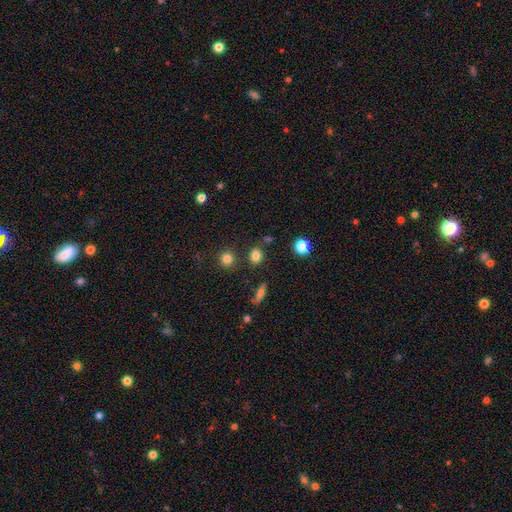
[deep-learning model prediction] Smooth or featured?
  - smooth: 81% *
  - star or artifact: 13%
  - featured or disk: 6%
How rounded?
  - round: 54% *
  - in between: 44%
  - cigar-shaped: 2%
Merging?
  - none: 82% *
  - minor disturbance: 9%
  - merger: 6%
  - major disturbance: 3%